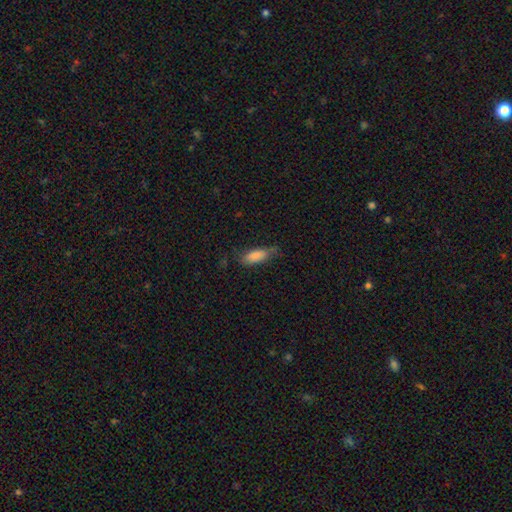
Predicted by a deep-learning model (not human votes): Smooth or featured? smooth (84%)
How rounded? in between (72%)
Merging? none (60%)